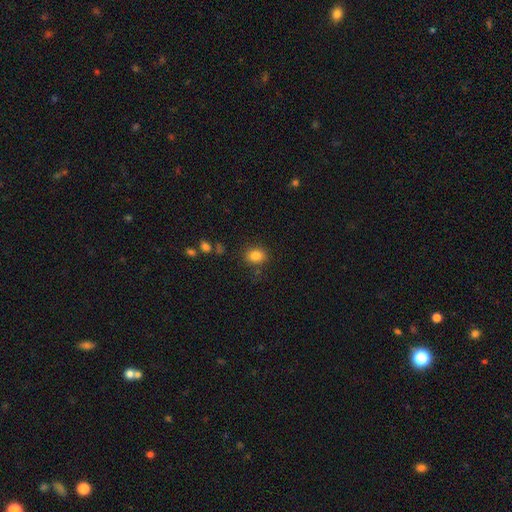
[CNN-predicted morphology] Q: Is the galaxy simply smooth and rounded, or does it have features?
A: smooth — 83%.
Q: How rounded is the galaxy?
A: in between — 50%.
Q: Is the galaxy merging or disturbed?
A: none — 84%.